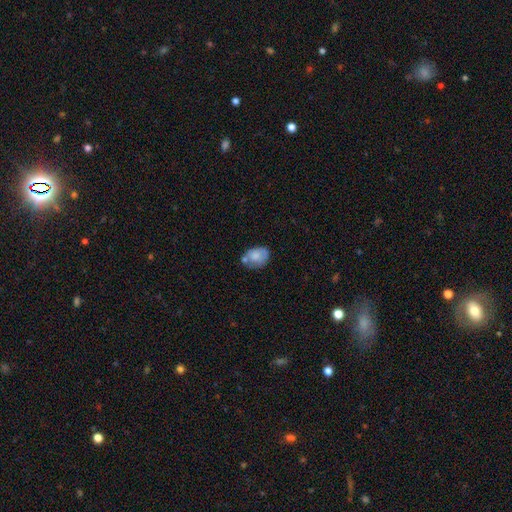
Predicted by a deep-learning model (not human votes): Smooth or featured?
  - smooth: 71% *
  - featured or disk: 21%
  - star or artifact: 8%
How rounded?
  - in between: 66% *
  - round: 33%
  - cigar-shaped: 1%
Merging?
  - none: 45% *
  - minor disturbance: 26%
  - merger: 20%
  - major disturbance: 9%